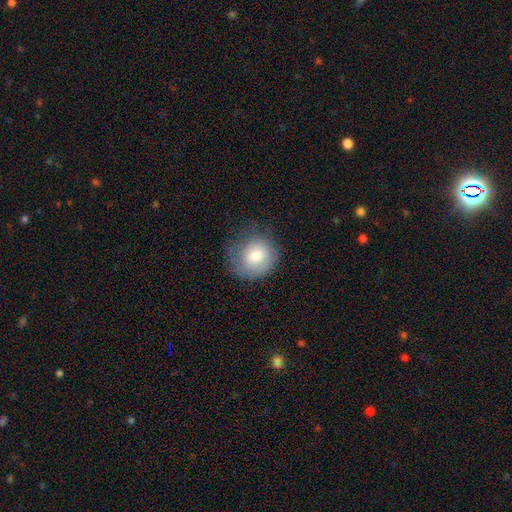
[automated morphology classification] Smooth or featured? Predicted: smooth (p=0.77). How rounded? Predicted: round (p=0.81). Merging? Predicted: none (p=0.62).